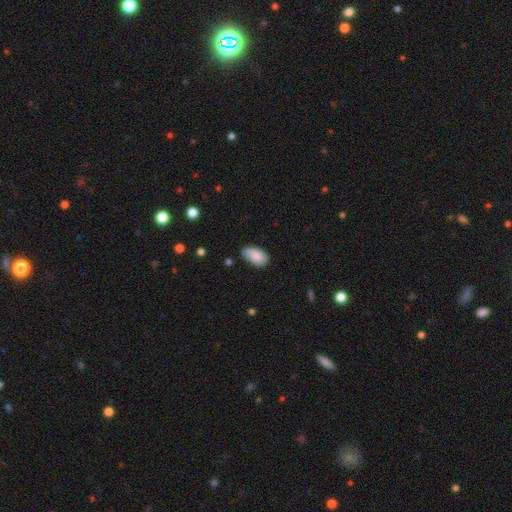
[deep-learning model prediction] This is clearly a smooth galaxy (85%). How rounded: clearly in between (94%). Merging: likely none (67%).